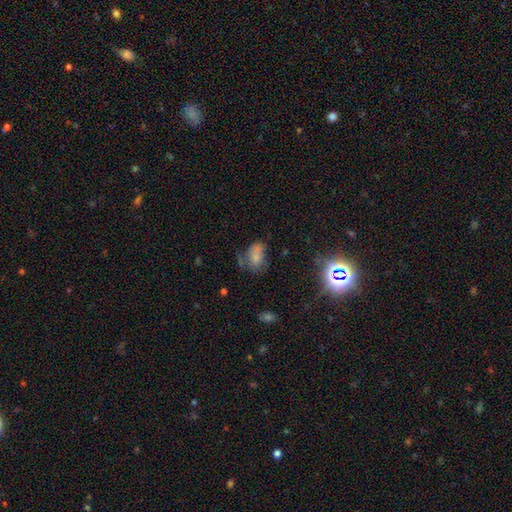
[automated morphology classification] Q: Smooth or featured?
A: smooth (70%); runner-up: star or artifact (15%)
Q: How rounded?
A: in between (84%); runner-up: round (14%)
Q: Merging?
A: none (41%); runner-up: minor disturbance (27%)